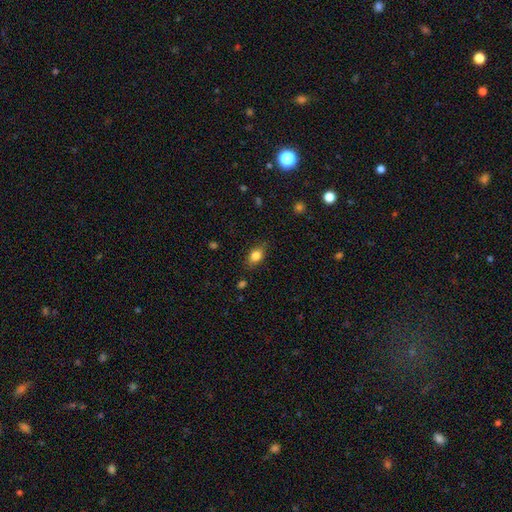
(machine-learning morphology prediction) A smooth galaxy with no disk features (81%) that is in between round and cigar-shaped (77%).

Vote fractions:
- Smooth or featured? smooth: 81% / featured or disk: 10% / star or artifact: 9%
- How rounded? in between: 77% / round: 18% / cigar-shaped: 4%
- Merging? none: 80% / minor disturbance: 15% / major disturbance: 4% / merger: 1%